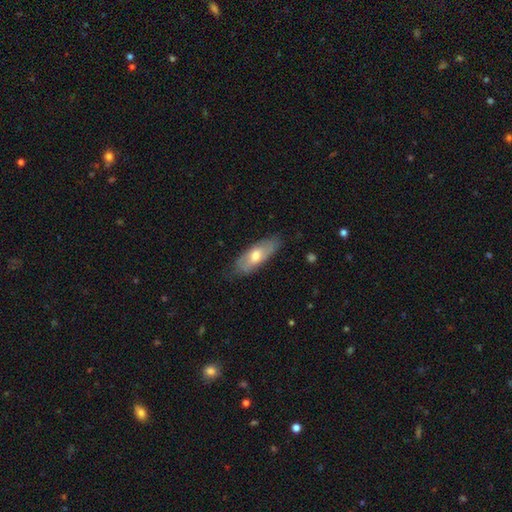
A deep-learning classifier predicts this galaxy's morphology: Smooth or featured?
  - smooth: 54% *
  - featured or disk: 40%
  - star or artifact: 6%
How rounded?
  - in between: 76% *
  - cigar-shaped: 22%
  - round: 2%
Merging?
  - none: 75% *
  - minor disturbance: 19%
  - major disturbance: 4%
  - merger: 1%